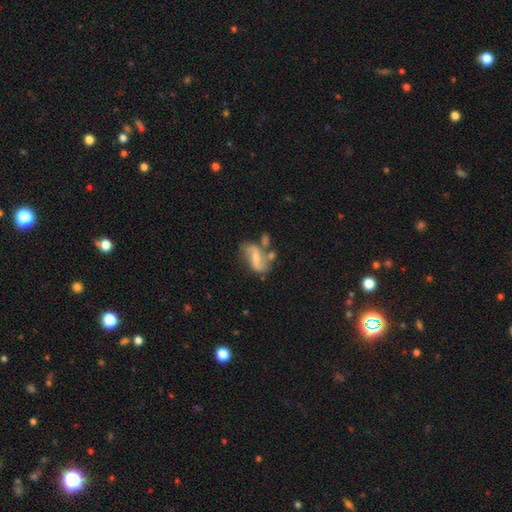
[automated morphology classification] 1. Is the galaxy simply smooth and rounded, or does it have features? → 71% featured or disk, 20% smooth, 9% star or artifact.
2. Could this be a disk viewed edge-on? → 94% no, 6% yes.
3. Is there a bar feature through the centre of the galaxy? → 40% weak, 31% no, 29% strong.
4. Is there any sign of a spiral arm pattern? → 84% yes, 16% no.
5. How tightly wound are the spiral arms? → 62% loose, 28% medium, 10% tight.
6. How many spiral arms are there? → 85% 2, 7% can't tell, 5% 1, 2% 3, 1% 4, 1% more than 4.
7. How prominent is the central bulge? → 48% small, 33% moderate, 14% none, 3% large, 1% dominant.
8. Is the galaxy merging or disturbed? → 43% none, 23% merger, 20% minor disturbance, 13% major disturbance.